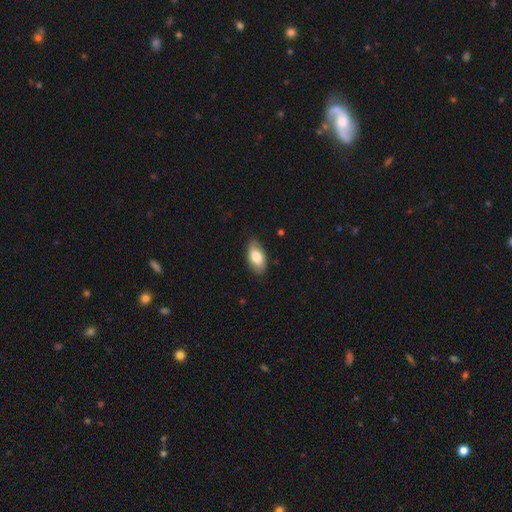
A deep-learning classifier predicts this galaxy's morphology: This appears to be a smooth galaxy with no disk features (79%) that is in between round and cigar-shaped (93%). Merging: none (82%).